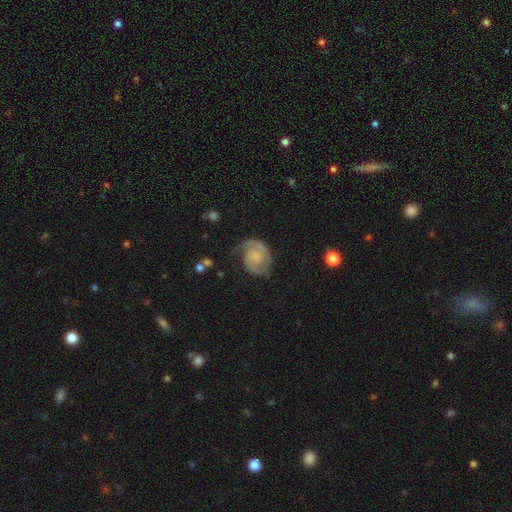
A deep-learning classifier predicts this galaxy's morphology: featured or disk 82%, smooth 12%, star or artifact 6%. Down the decision tree: edge-on disk — no (98%); bar — no (64%); spiral arms — yes (96%); spiral arm count — 2 (85%); spiral winding — medium (46%); bulge size — small (39%); merging — none (69%).